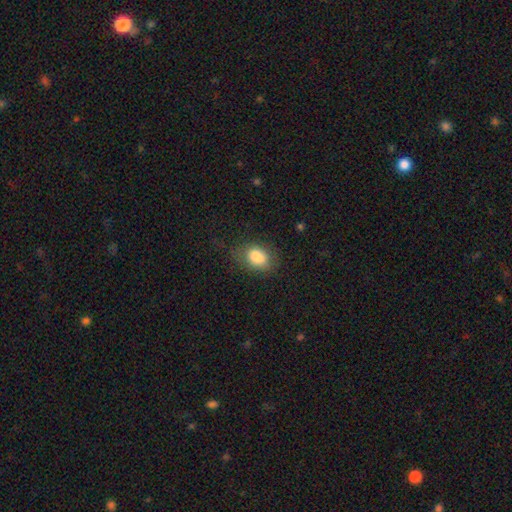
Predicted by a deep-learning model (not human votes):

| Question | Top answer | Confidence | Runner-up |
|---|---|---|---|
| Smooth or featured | smooth | 82% | star or artifact (9%) |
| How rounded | in between | 73% | round (26%) |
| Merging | none | 65% | minor disturbance (24%) |